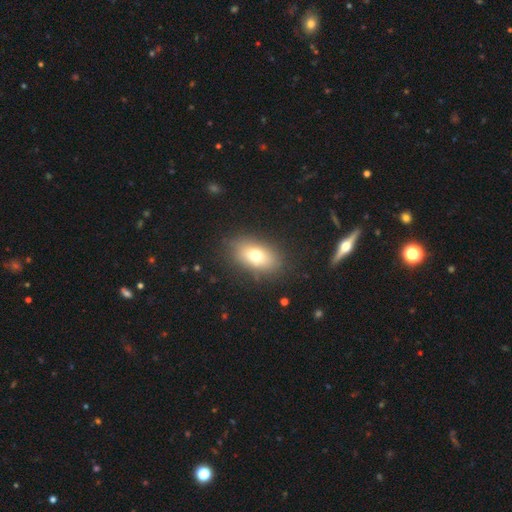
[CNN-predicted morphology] Overall: smooth (72%). How rounded: in between (86%). Merging: none (83%).